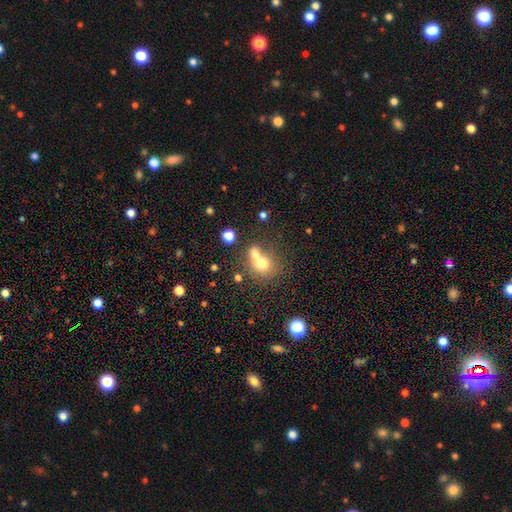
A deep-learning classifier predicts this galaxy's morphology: Smooth or featured?
  - smooth: 68% *
  - featured or disk: 19%
  - star or artifact: 13%
How rounded?
  - round: 62% *
  - in between: 36%
  - cigar-shaped: 1%
Merging?
  - merger: 60% *
  - none: 27%
  - minor disturbance: 8%
  - major disturbance: 6%